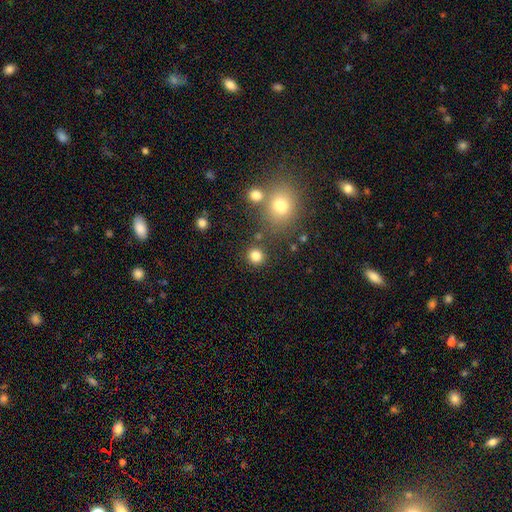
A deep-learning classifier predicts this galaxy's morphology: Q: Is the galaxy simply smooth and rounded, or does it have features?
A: smooth — 82%.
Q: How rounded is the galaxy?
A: round — 90%.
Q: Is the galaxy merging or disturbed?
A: none — 84%.